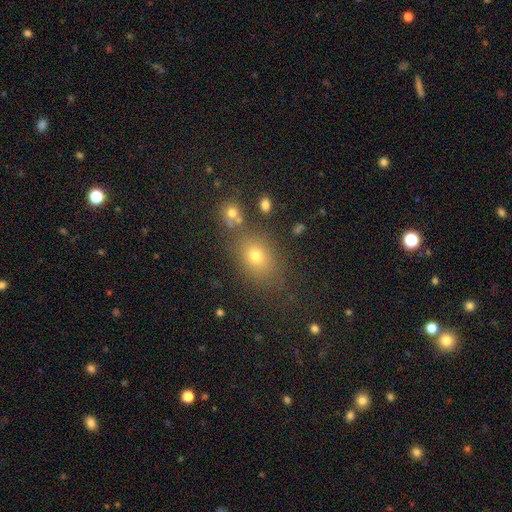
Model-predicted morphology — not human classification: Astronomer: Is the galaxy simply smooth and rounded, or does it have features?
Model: smooth — 71%.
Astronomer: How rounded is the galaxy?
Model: in between — 64%.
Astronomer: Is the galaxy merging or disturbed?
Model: none — 72%.